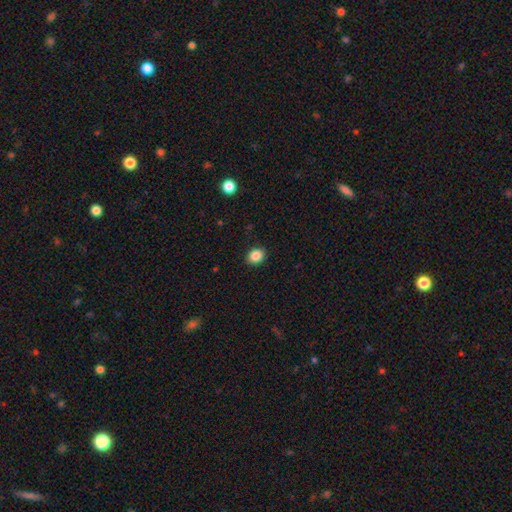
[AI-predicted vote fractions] Morphology: type=smooth (87%); roundness=round (53%); merging=none (89%).